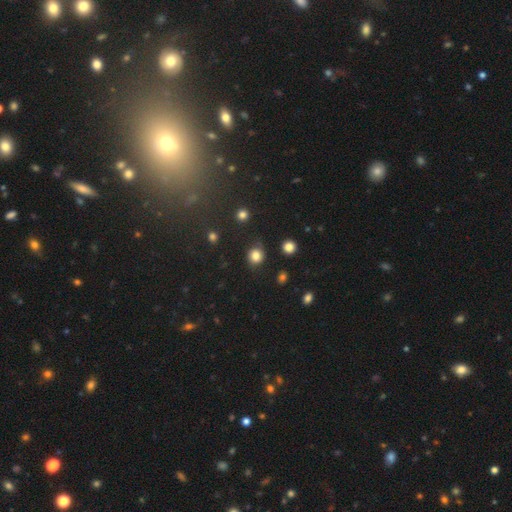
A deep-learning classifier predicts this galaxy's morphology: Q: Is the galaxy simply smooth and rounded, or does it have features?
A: smooth — 82%.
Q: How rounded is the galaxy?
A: round — 86%.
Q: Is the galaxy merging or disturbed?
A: none — 79%.